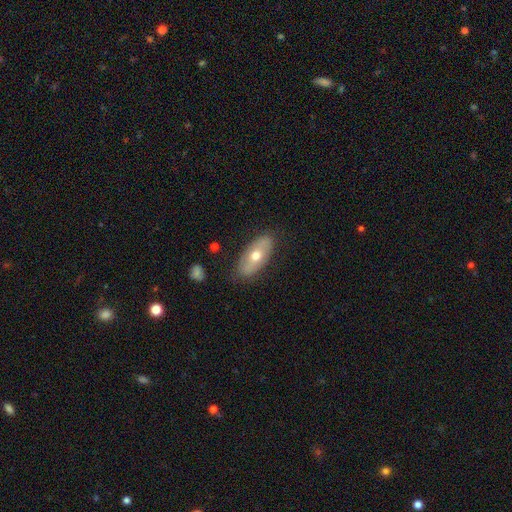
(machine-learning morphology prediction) This is possibly a smooth galaxy (53%). How rounded: clearly in between (85%). Merging: clearly none (82%).